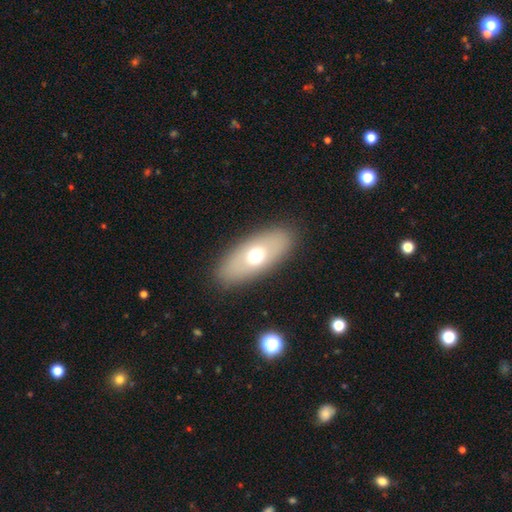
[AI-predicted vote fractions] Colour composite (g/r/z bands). It shows a smooth galaxy with no disk features (61%) that is in between round and cigar-shaped (82%). Merging: none (89%).